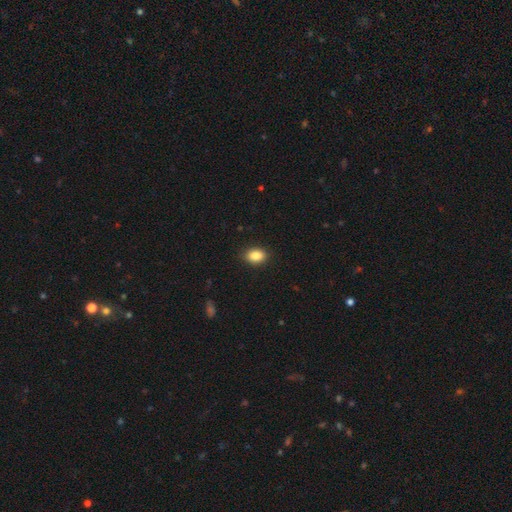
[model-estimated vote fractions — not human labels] Q: Smooth or featured?
A: smooth (88%); runner-up: star or artifact (8%)
Q: How rounded?
A: in between (80%); runner-up: round (18%)
Q: Merging?
A: none (89%); runner-up: minor disturbance (8%)